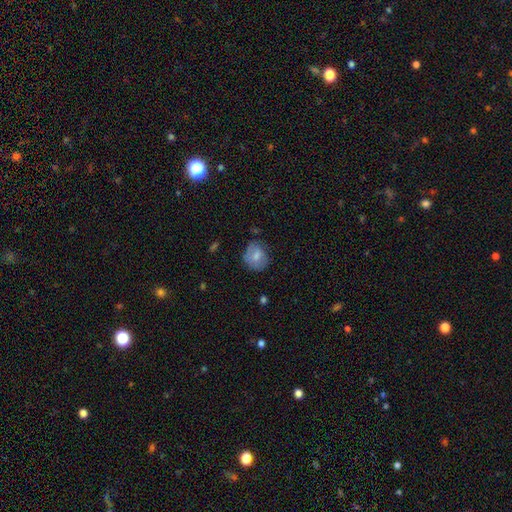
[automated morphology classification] Smooth or featured? smooth (69%)
How rounded? round (66%)
Merging? none (62%)